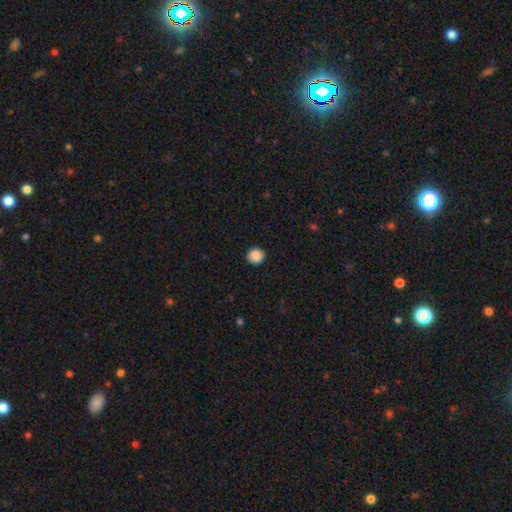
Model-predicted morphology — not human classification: smooth 88%, star or artifact 8%, featured or disk 3%. Down the decision tree: how rounded — round (87%); merging — none (91%).